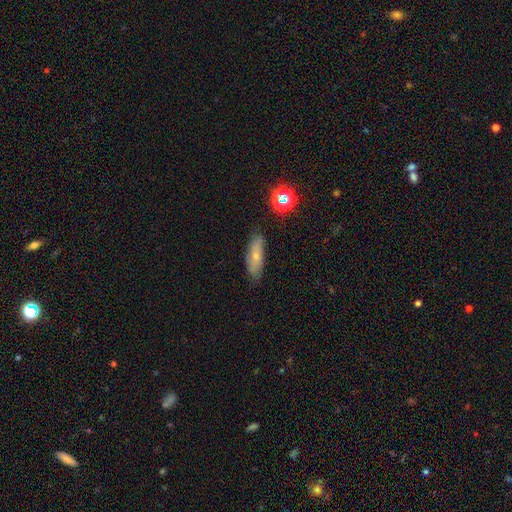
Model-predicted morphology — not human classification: This is likely a smooth galaxy (60%). How rounded: possibly in between (54%). Merging: likely none (75%).